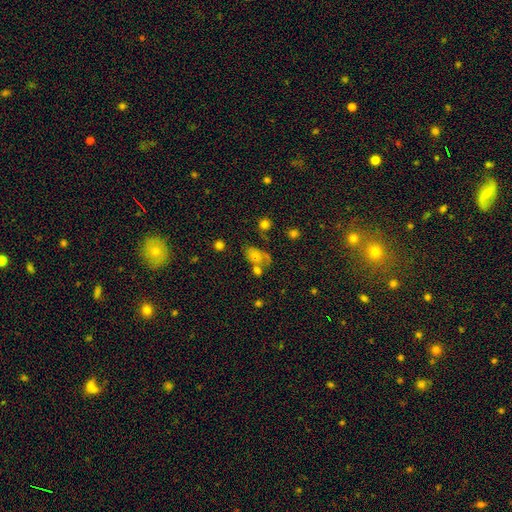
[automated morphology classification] Smooth or featured: smooth — 63% (featured or disk — 21%)
How rounded: in between — 77% (round — 21%)
Merging: none — 34% (merger — 28%)